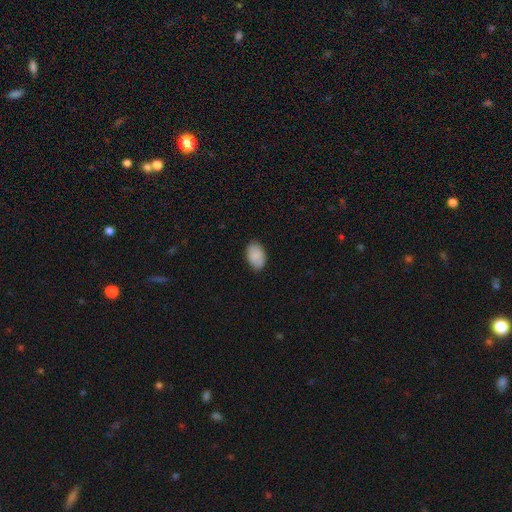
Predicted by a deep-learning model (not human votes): smooth-or-featured: smooth: 85% | featured or disk: 8% | star or artifact: 7%
  how-rounded: in between: 90% | round: 9% | cigar-shaped: 1%
  merging: none: 86% | minor disturbance: 11% | major disturbance: 2% | merger: 1%